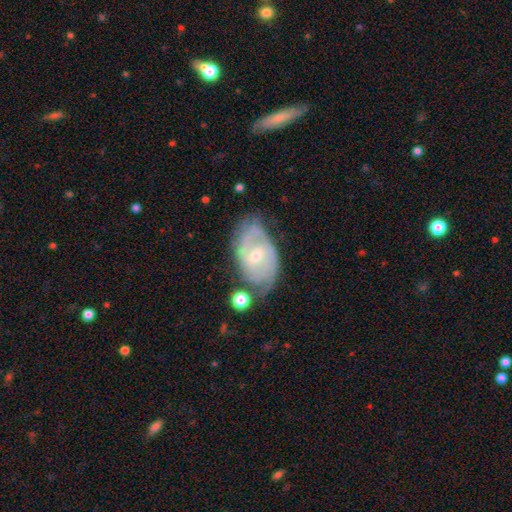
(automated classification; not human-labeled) Q: Smooth or featured?
A: featured or disk (83%); runner-up: smooth (11%)
Q: Edge-on disk?
A: no (96%); runner-up: yes (4%)
Q: Bar?
A: weak (49%); runner-up: no (39%)
Q: Spiral arms?
A: yes (94%); runner-up: no (6%)
Q: Spiral winding?
A: tight (50%); runner-up: medium (39%)
Q: Spiral arm count?
A: 2 (62%); runner-up: can't tell (20%)
Q: Bulge size?
A: small (61%); runner-up: moderate (36%)
Q: Merging?
A: none (64%); runner-up: minor disturbance (23%)